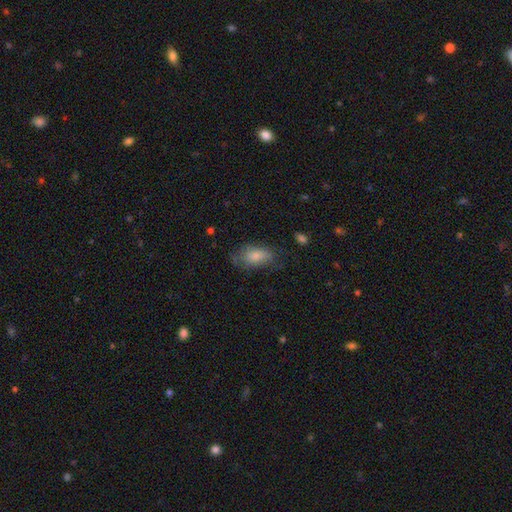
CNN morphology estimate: This is likely a smooth galaxy (73%). How rounded: clearly in between (87%). Merging: likely none (67%).